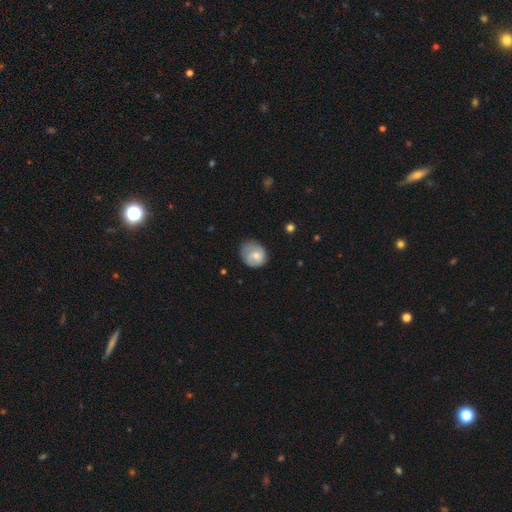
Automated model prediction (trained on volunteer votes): Overall: smooth (65%; featured or disk 28%). How rounded: round (71%). Merging: none (57%; minor disturbance 31%).